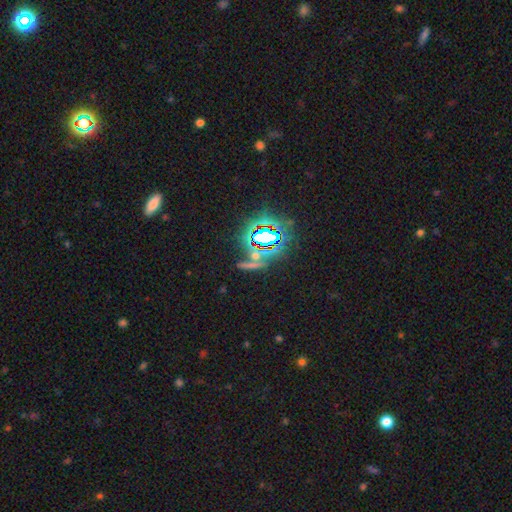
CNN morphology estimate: Overall: star or artifact (60%; smooth 22%).